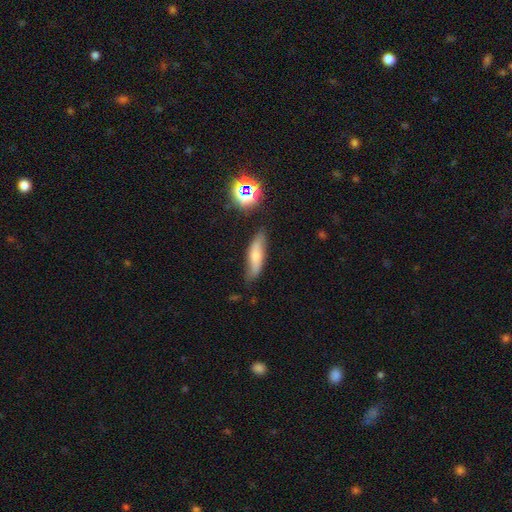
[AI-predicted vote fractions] A smooth galaxy with no disk features (58%) that is cigar-shaped (57%).

Vote fractions:
- Smooth or featured? smooth: 58% / featured or disk: 32% / star or artifact: 10%
- How rounded? cigar-shaped: 57% / in between: 40% / round: 3%
- Merging? none: 72% / minor disturbance: 21% / major disturbance: 4% / merger: 3%